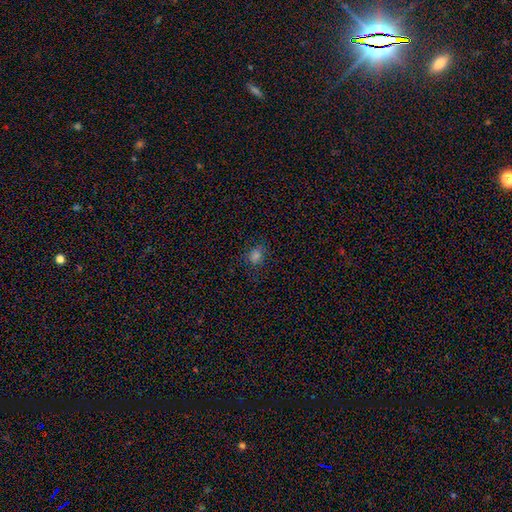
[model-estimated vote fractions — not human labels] This is likely a smooth galaxy (72%). How rounded: possibly round (55%). Merging: likely none (78%).